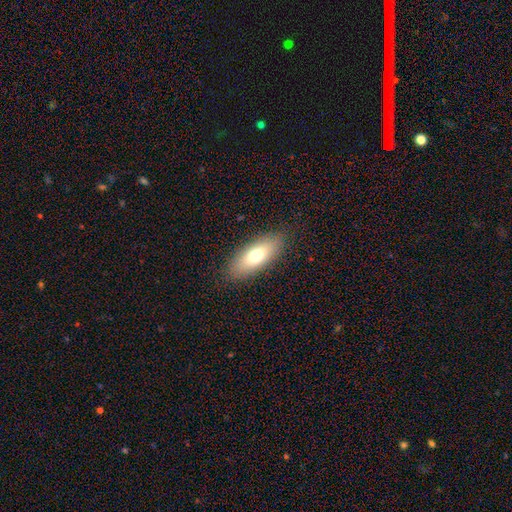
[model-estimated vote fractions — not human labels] This is likely a smooth galaxy (72%). How rounded: likely in between (72%). Merging: clearly none (87%).